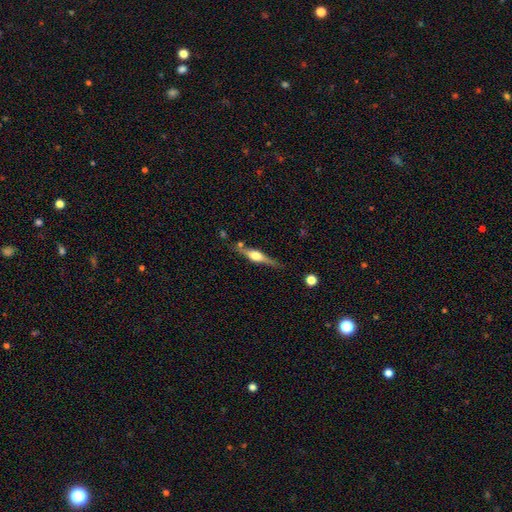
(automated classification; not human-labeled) Q: Smooth or featured?
A: featured or disk (73%); runner-up: smooth (21%)
Q: Edge-on disk?
A: yes (96%); runner-up: no (4%)
Q: Edge-on bulge?
A: rounded (91%); runner-up: boxy (7%)
Q: Merging?
A: none (75%); runner-up: minor disturbance (15%)